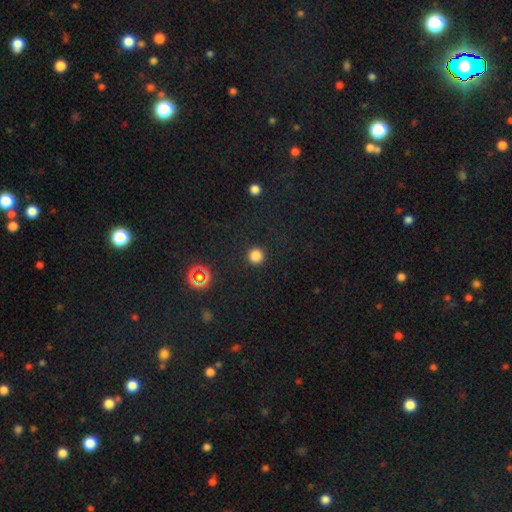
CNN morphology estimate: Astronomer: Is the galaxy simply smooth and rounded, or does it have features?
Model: smooth — 82%.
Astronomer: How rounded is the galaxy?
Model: round — 96%.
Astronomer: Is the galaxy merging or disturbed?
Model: none — 91%.